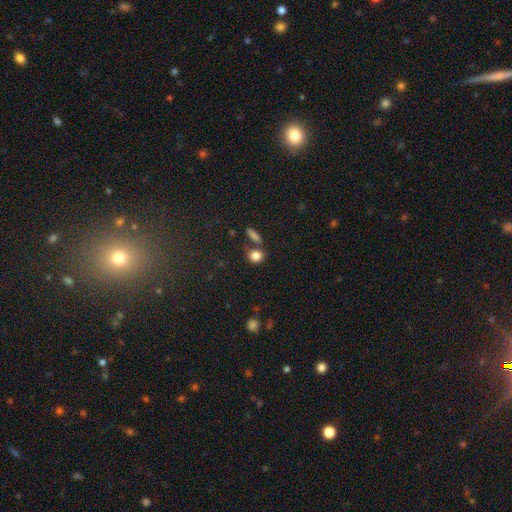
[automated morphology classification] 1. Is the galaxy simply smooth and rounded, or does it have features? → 83% smooth, 11% star or artifact, 6% featured or disk.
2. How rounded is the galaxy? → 67% round, 30% in between, 3% cigar-shaped.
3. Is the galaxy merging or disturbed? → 61% none, 21% merger, 12% minor disturbance, 5% major disturbance.